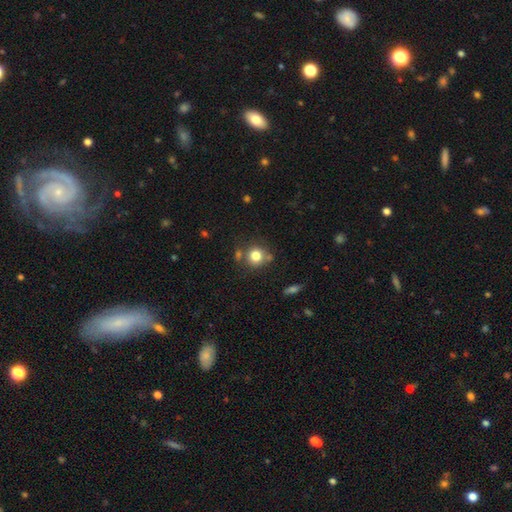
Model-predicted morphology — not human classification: A smooth galaxy with no disk features (79%) that is round (89%). Merging: none (70%).